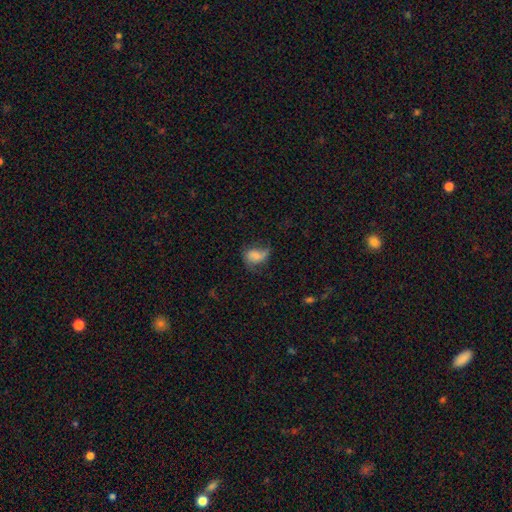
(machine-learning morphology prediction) A smooth galaxy with no disk features (60%) that is in between round and cigar-shaped (79%).

Vote fractions:
- Smooth or featured? smooth: 60% / featured or disk: 29% / star or artifact: 10%
- How rounded? in between: 79% / round: 19% / cigar-shaped: 2%
- Merging? major disturbance: 34% / none: 33% / minor disturbance: 30% / merger: 3%